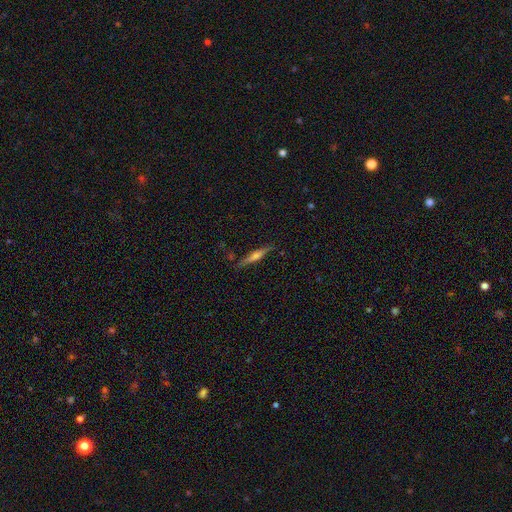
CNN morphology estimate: Smooth or featured? featured or disk (60%)
Edge-on disk? yes (97%)
Edge-on bulge? rounded (77%)
Merging? none (85%)